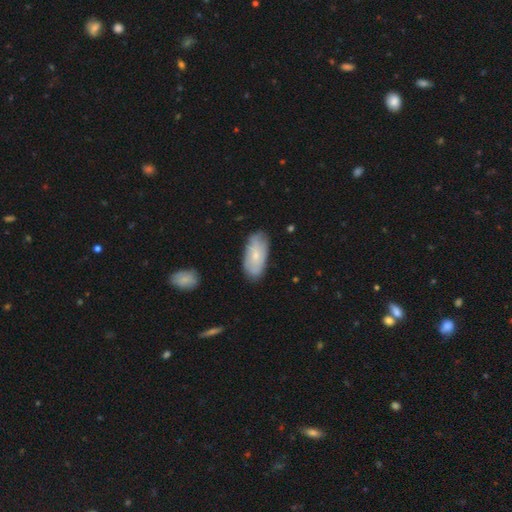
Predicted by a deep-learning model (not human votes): The model was most divided on "smooth or featured": smooth: 64%, featured or disk: 30%, star or artifact: 6%. More confident: how rounded — in between (90%); merging — none (78%).